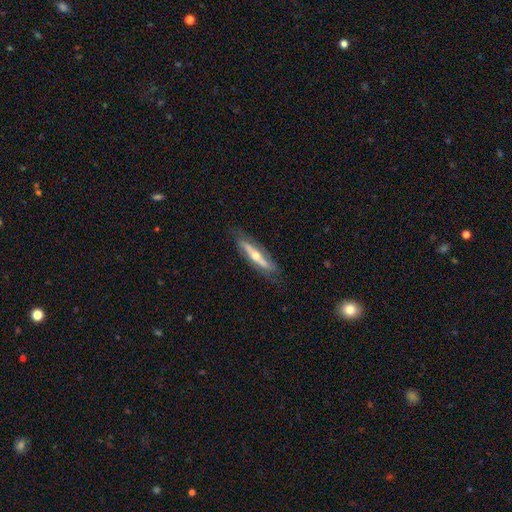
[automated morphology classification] Smooth or featured?
  - featured or disk: 66% *
  - smooth: 29%
  - star or artifact: 6%
Edge-on disk?
  - yes: 68% *
  - no: 32%
Merging?
  - none: 77% *
  - minor disturbance: 17%
  - major disturbance: 5%
  - merger: 1%